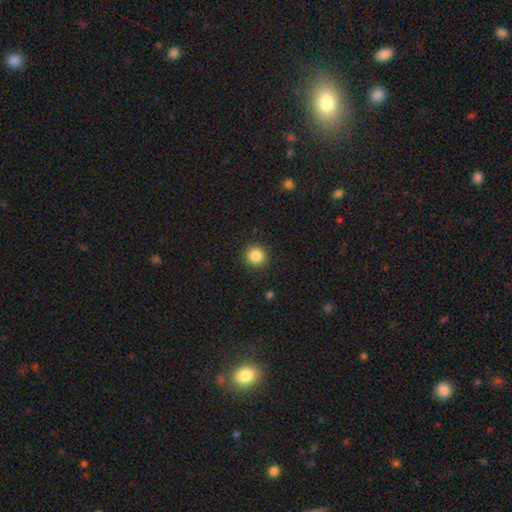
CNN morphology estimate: smooth-or-featured: smooth: 85% | star or artifact: 10% | featured or disk: 4%
  how-rounded: round: 94% | in between: 5% | cigar-shaped: 1%
  merging: none: 92% | minor disturbance: 5% | major disturbance: 2% | merger: 1%